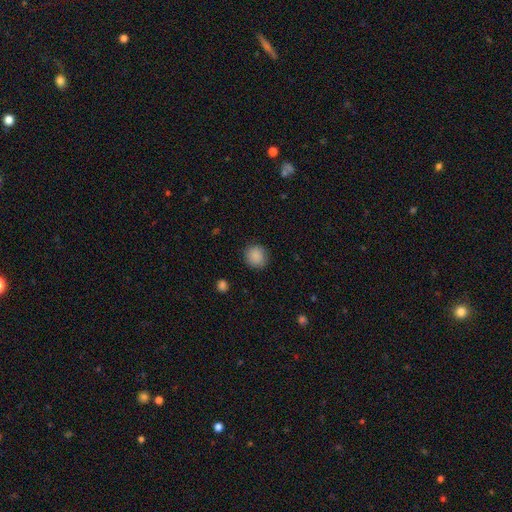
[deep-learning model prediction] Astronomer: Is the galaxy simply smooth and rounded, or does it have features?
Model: smooth — 88%.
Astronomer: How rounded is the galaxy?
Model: round — 86%.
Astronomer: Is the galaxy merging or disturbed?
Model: none — 88%.